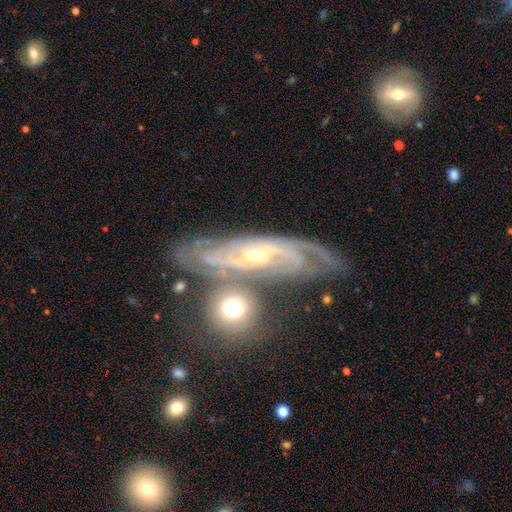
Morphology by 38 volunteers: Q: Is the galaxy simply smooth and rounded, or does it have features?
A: featured or disk — 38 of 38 (100%).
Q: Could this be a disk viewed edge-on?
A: no — 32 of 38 (84%).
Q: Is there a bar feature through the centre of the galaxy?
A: no — 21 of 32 (66%).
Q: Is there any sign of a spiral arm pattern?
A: yes — 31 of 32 (97%).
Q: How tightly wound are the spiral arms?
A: tight — 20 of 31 (65%).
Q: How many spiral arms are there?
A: can't tell — 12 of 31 (39%).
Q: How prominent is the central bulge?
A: moderate — 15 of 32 (47%, tied with small).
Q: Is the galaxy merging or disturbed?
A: none — 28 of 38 (74%).